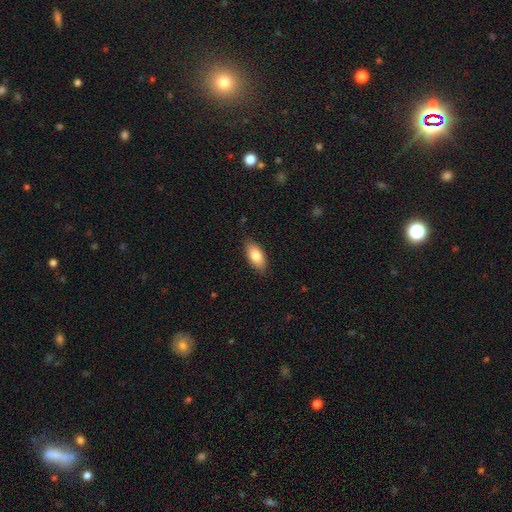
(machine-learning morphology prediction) A smooth galaxy with no disk features (82%) that is in between round and cigar-shaped (88%).

Vote fractions:
- Smooth or featured? smooth: 82% / featured or disk: 12% / star or artifact: 6%
- How rounded? in between: 88% / cigar-shaped: 9% / round: 3%
- Merging? none: 84% / minor disturbance: 12% / major disturbance: 2% / merger: 1%